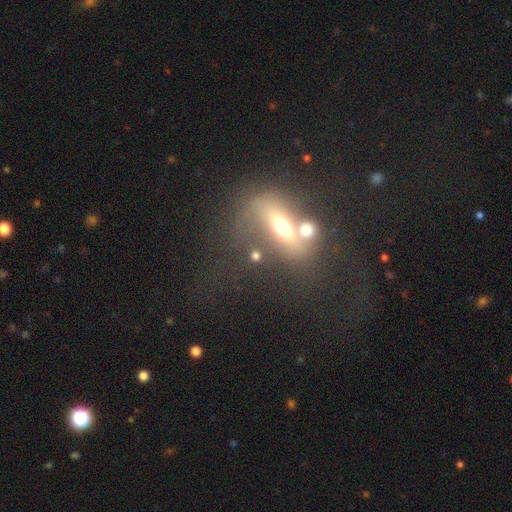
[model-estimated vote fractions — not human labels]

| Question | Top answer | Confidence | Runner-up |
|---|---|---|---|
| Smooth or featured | smooth | 57% | featured or disk (26%) |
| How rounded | round | 49% | in between (39%) |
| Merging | none | 50% | merger (28%) |